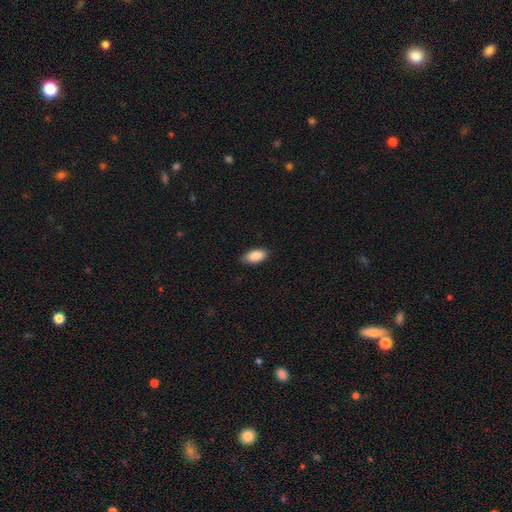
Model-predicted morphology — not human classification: This is clearly a smooth galaxy (89%). How rounded: clearly in between (92%). Merging: clearly none (83%).